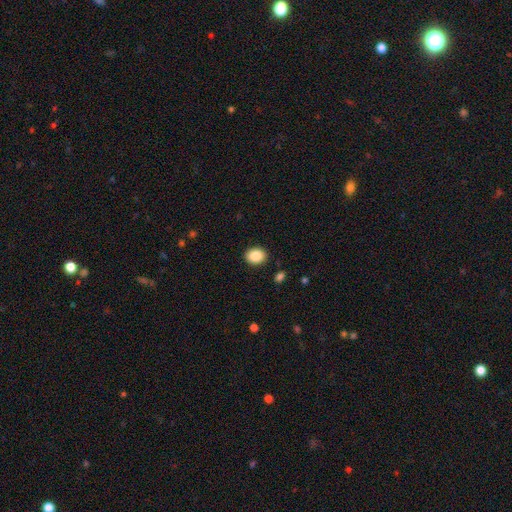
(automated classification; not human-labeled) smooth-or-featured: smooth: 88% | star or artifact: 8% | featured or disk: 4%
  how-rounded: in between: 58% | round: 41% | cigar-shaped: 1%
  merging: none: 89% | minor disturbance: 7% | major disturbance: 2% | merger: 1%